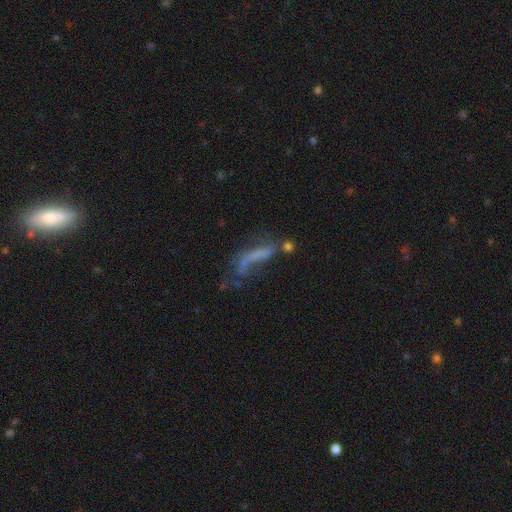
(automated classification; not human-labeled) featured or disk 49%, smooth 34%, star or artifact 17%. Down the decision tree: merging — major disturbance (36%).